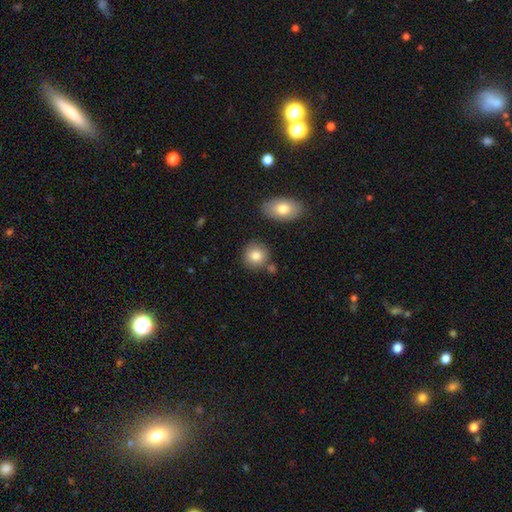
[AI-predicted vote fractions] A smooth galaxy with no disk features (82%) that is round (85%). Merging: none (78%).